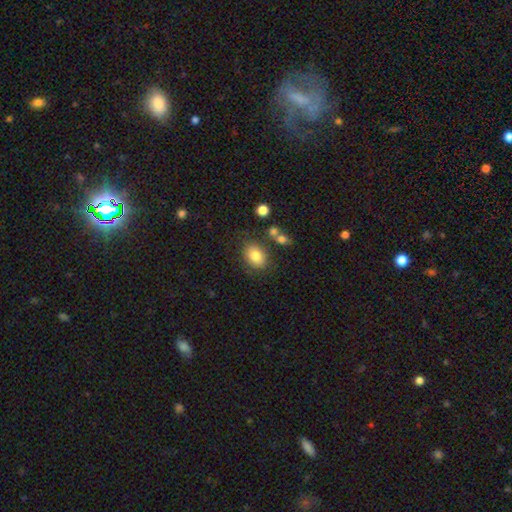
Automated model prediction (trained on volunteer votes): This is clearly a smooth galaxy (82%). How rounded: likely in between (72%). Merging: likely none (75%).